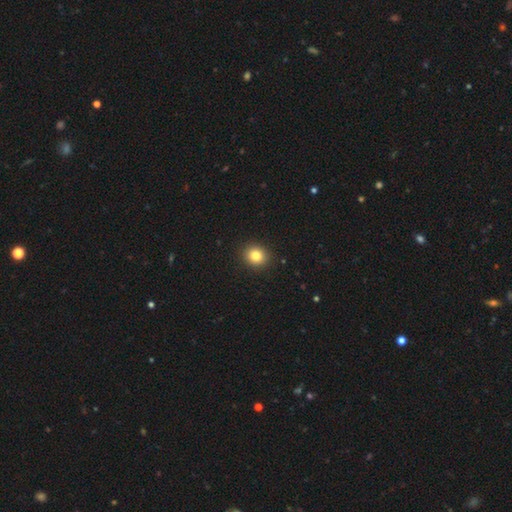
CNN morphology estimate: Overall: smooth (83%). How rounded: round (73%). Merging: none (91%).